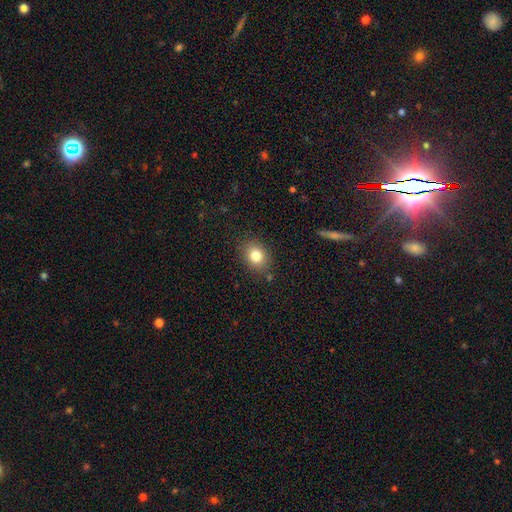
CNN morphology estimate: type=smooth (80%); roundness=round (50%); merging=none (85%).